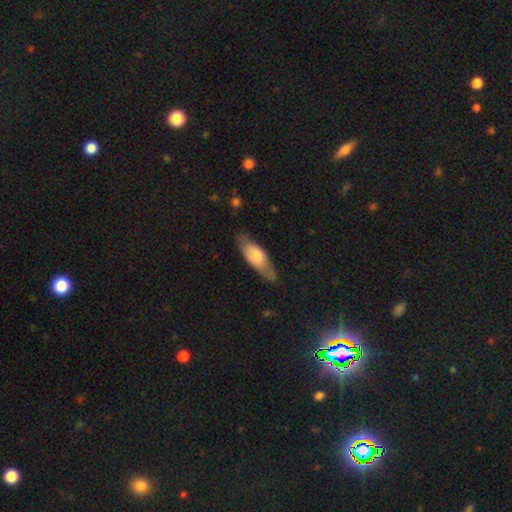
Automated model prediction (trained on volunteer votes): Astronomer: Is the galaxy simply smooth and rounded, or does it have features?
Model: smooth — 63%.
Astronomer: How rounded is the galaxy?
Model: in between — 64%.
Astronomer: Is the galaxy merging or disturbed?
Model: none — 74%.